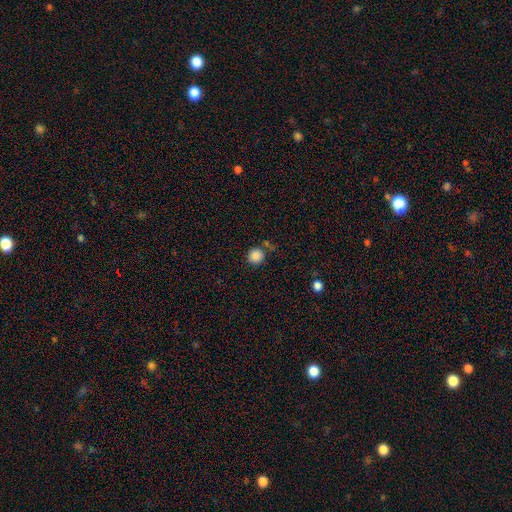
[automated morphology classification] Smooth or featured?
  - smooth: 86% *
  - star or artifact: 11%
  - featured or disk: 4%
How rounded?
  - round: 93% *
  - in between: 6%
  - cigar-shaped: 1%
Merging?
  - none: 75% *
  - minor disturbance: 12%
  - merger: 9%
  - major disturbance: 4%